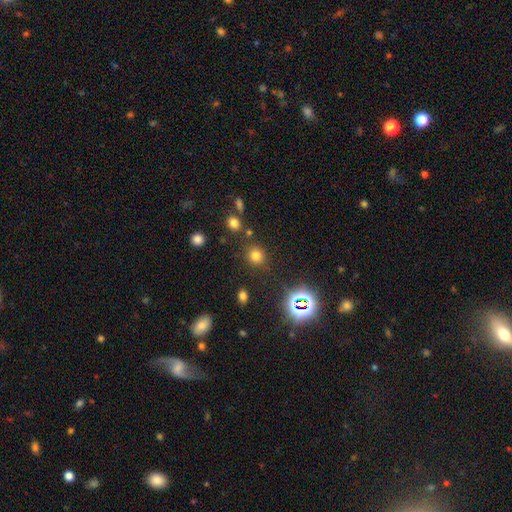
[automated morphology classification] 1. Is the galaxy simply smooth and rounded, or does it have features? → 71% smooth, 22% star or artifact, 7% featured or disk.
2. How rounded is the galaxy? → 86% round, 13% in between, 1% cigar-shaped.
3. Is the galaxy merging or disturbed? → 83% none, 9% minor disturbance, 5% merger, 4% major disturbance.